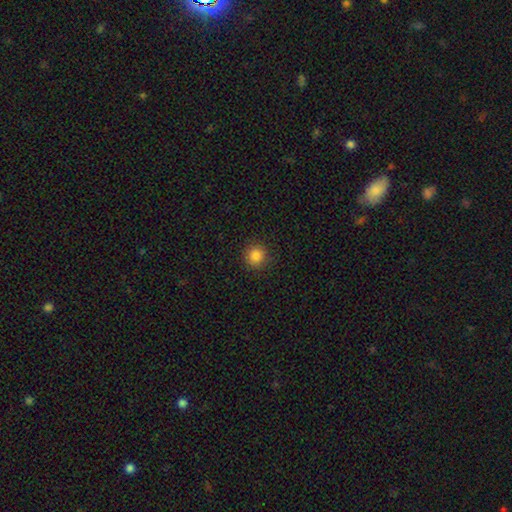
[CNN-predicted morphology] smooth-or-featured: smooth: 85% | star or artifact: 12% | featured or disk: 4%
  how-rounded: round: 93% | in between: 6% | cigar-shaped: 1%
  merging: none: 91% | minor disturbance: 6% | major disturbance: 2% | merger: 1%